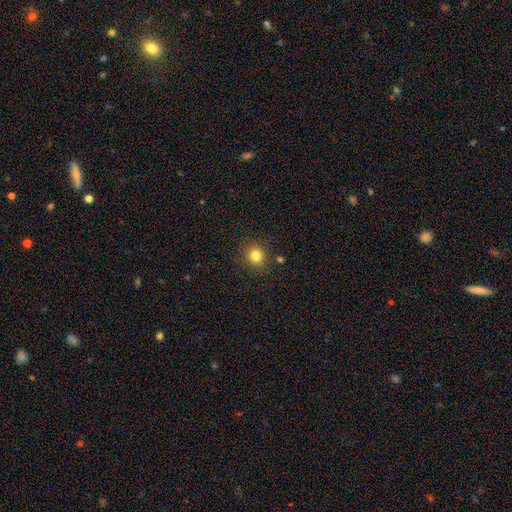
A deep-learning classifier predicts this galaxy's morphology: A smooth galaxy with no disk features (82%) that is round (83%). Merging: none (87%).